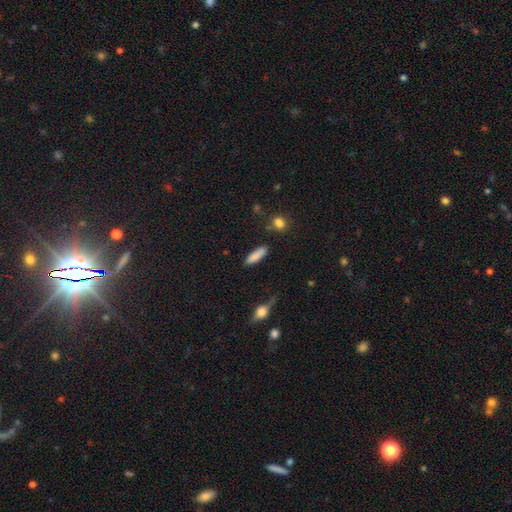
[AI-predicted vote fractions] smooth-or-featured: smooth: 84% | featured or disk: 9% | star or artifact: 7%
  how-rounded: cigar-shaped: 56% | in between: 42% | round: 2%
  merging: none: 80% | minor disturbance: 13% | major disturbance: 3% | merger: 3%